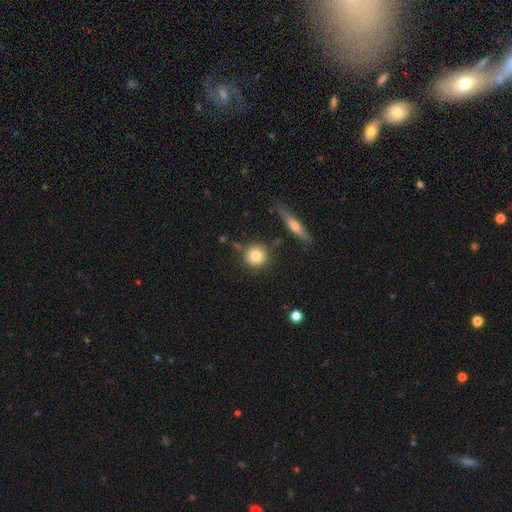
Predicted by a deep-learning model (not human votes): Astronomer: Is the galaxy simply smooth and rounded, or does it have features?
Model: smooth — 79%.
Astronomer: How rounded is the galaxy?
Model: round — 90%.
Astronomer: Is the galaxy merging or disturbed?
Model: none — 79%.